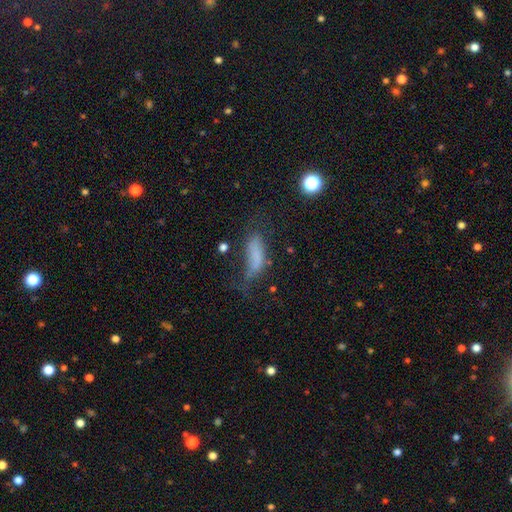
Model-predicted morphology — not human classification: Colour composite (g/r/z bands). It shows a smooth galaxy with no disk features (59%) that is in between round and cigar-shaped (61%). Merging: major disturbance (37%).